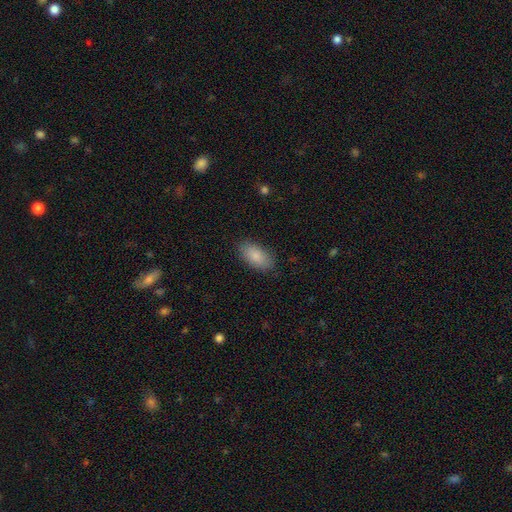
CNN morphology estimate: This appears to be a smooth galaxy with no disk features (87%) that is in between round and cigar-shaped (93%). Merging: none (85%).